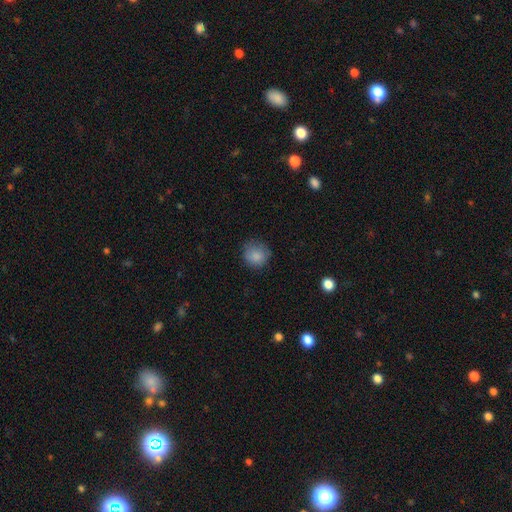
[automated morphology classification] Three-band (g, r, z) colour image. It shows a smooth galaxy with no disk features (85%) that is round (88%). Merging: none (75%).